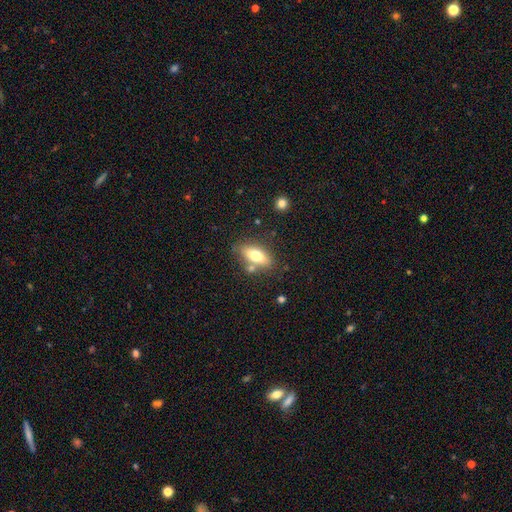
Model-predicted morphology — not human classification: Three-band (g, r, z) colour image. It shows a smooth galaxy with no disk features (70%) that is in between round and cigar-shaped (81%). Merging: none (71%).